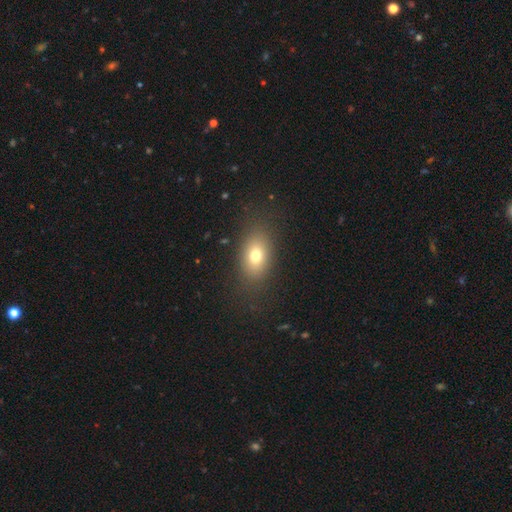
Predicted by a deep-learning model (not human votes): Smooth or featured? Predicted: smooth (p=0.73). How rounded? Predicted: in between (p=0.81). Merging? Predicted: none (p=0.81).